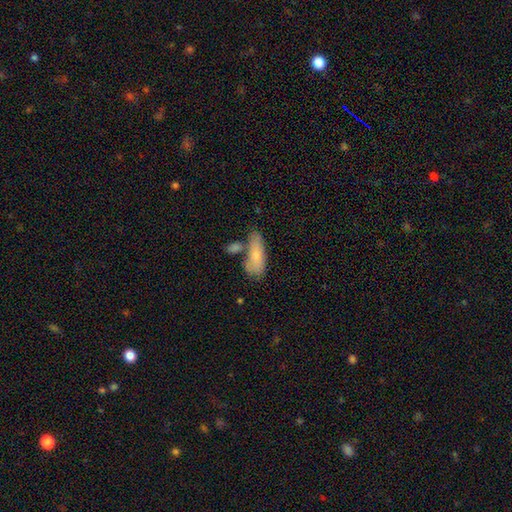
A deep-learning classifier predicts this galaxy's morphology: Smooth or featured?
  - smooth: 78% *
  - featured or disk: 15%
  - star or artifact: 7%
How rounded?
  - in between: 70% *
  - cigar-shaped: 27%
  - round: 3%
Merging?
  - none: 46% *
  - merger: 25%
  - minor disturbance: 21%
  - major disturbance: 8%